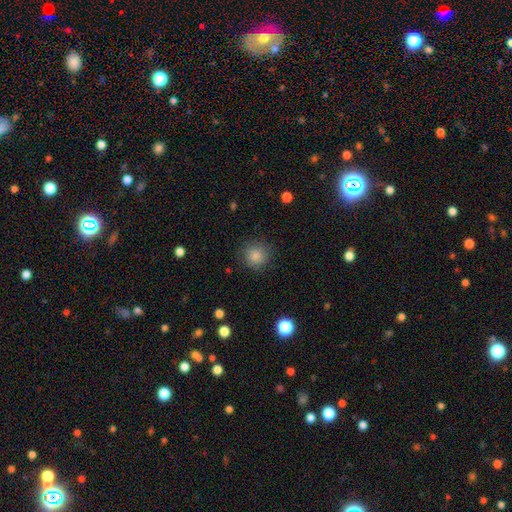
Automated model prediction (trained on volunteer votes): smooth_or_featured: smooth (p=0.85) [alt: star or artifact p=0.10]
how_rounded: round (p=0.92) [alt: in between p=0.07]
merging: none (p=0.85) [alt: minor disturbance p=0.10]